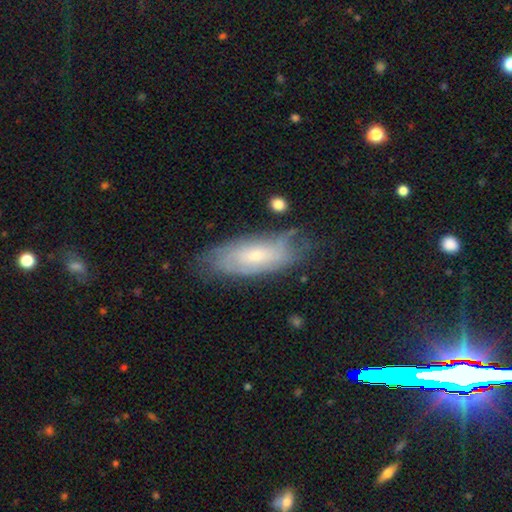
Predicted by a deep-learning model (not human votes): smooth-or-featured: featured or disk: 59% | smooth: 34% | star or artifact: 7%
  disk-edge-on: no: 85% | yes: 15%
  merging: none: 66% | minor disturbance: 24% | major disturbance: 8% | merger: 2%